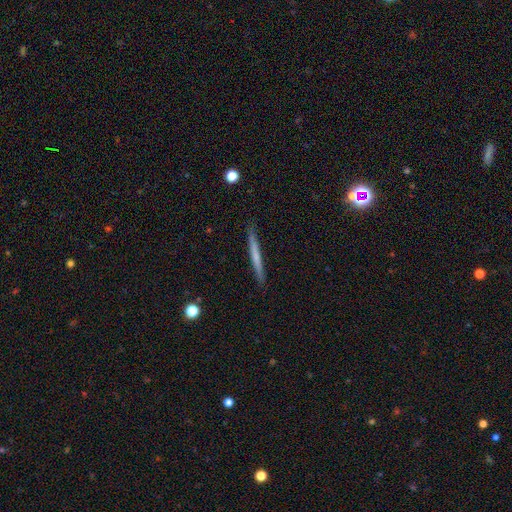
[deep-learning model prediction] Smooth or featured? Predicted: smooth (p=0.51). How rounded? Predicted: cigar-shaped (p=0.97). Merging? Predicted: none (p=0.90).